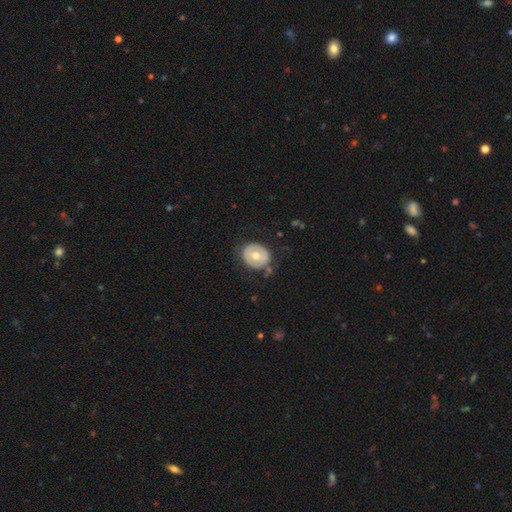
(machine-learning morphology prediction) Smooth or featured? Predicted: smooth (p=0.56). How rounded? Predicted: round (p=0.71). Merging? Predicted: none (p=0.76).